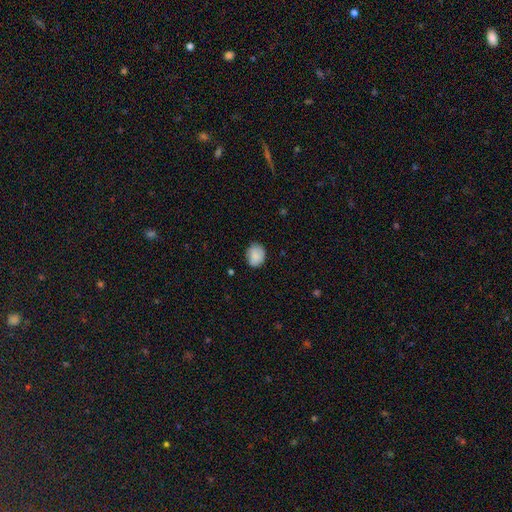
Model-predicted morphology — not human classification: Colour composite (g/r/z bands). It shows a smooth galaxy with no disk features (82%) that is in between round and cigar-shaped (50%). Merging: none (76%).